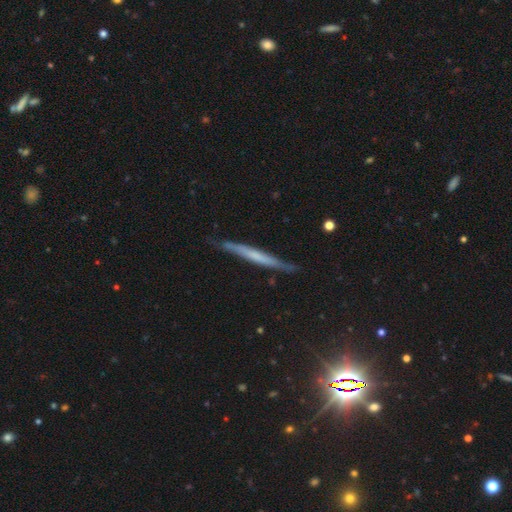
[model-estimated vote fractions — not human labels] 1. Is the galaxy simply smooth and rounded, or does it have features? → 57% featured or disk, 36% smooth, 7% star or artifact.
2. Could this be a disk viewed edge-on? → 93% yes, 7% no.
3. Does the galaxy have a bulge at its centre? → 69% none, 17% rounded, 13% boxy.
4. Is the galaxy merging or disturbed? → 80% none, 16% minor disturbance, 3% major disturbance, 2% merger.